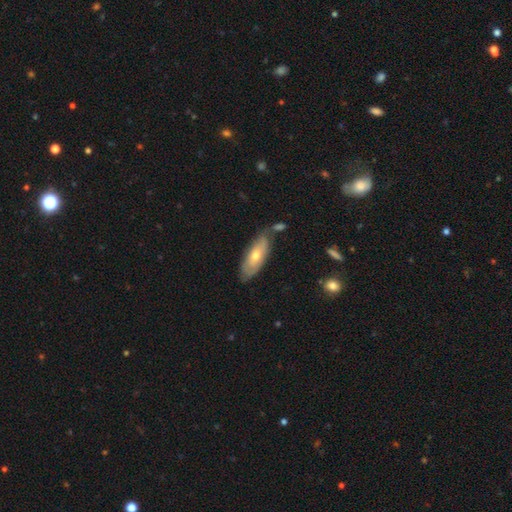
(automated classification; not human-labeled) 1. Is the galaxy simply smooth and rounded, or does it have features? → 51% smooth, 43% featured or disk, 6% star or artifact.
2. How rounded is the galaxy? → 70% in between, 28% cigar-shaped, 2% round.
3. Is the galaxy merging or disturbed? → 64% none, 22% minor disturbance, 8% merger, 5% major disturbance.